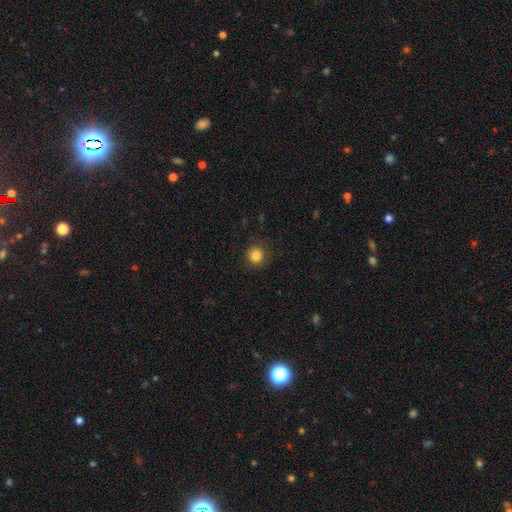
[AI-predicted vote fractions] smooth 84%, star or artifact 11%, featured or disk 5%. Down the decision tree: how rounded — round (90%); merging — none (84%).